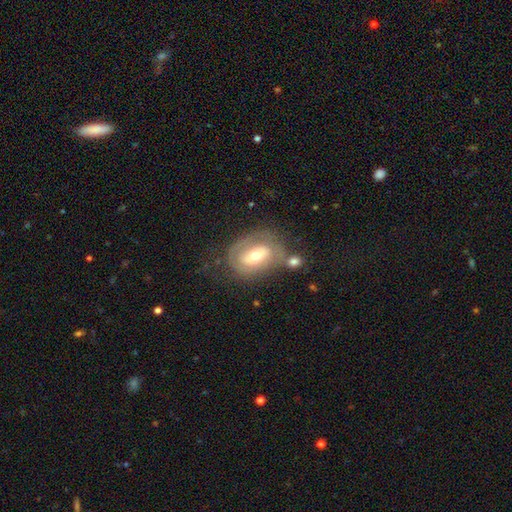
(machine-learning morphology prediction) Smooth or featured? featured or disk (65%)
Edge-on disk? no (94%)
Bar? no (43%)
Spiral arms? yes (64%)
Bulge size? moderate (64%)
Merging? none (49%)